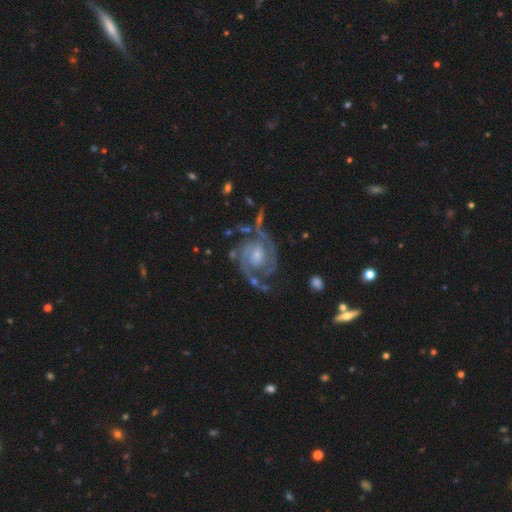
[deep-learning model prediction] A featured or disk galaxy (90%) with no bar (56%), 2 (78%) tight (46%) spiral arms (97%) and a small central bulge (45%).

Vote fractions:
- Smooth or featured? featured or disk: 90% / star or artifact: 5% / smooth: 5%
- Edge-on disk? no: 98% / yes: 2%
- Bar? no: 56% / weak: 35% / strong: 9%
- Spiral arms? yes: 97% / no: 3%
- Spiral winding? tight: 46% / medium: 42% / loose: 11%
- Spiral arm count? 2: 78% / 3: 7% / can't tell: 7% / 1: 3% / 4: 3% / more than 4: 2%
- Bulge size? small: 45% / moderate: 43% / large: 6% / none: 5% / dominant: 1%
- Merging? none: 60% / minor disturbance: 19% / major disturbance: 15% / merger: 6%